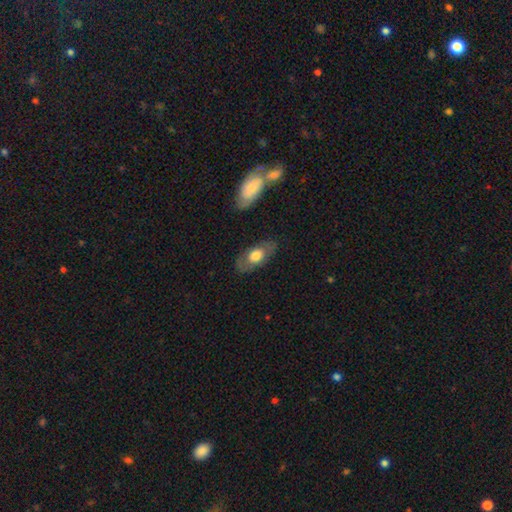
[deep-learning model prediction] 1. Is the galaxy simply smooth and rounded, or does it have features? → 55% smooth, 39% featured or disk, 6% star or artifact.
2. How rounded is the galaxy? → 86% in between, 8% round, 5% cigar-shaped.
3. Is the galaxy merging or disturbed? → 77% none, 15% minor disturbance, 6% major disturbance, 2% merger.